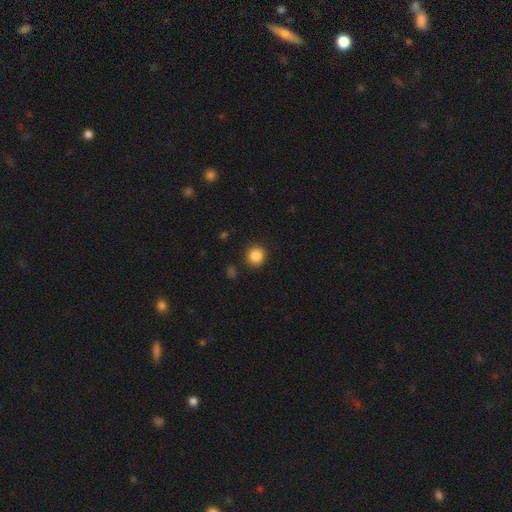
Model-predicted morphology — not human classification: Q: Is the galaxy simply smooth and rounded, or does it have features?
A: smooth — 87%.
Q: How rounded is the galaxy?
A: round — 90%.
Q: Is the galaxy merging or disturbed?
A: none — 88%.